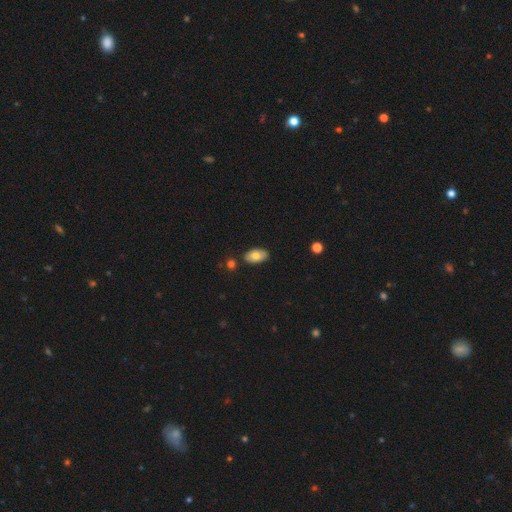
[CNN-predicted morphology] This appears to be a smooth galaxy with no disk features (76%) that is in between round and cigar-shaped (93%). Merging: none (82%).